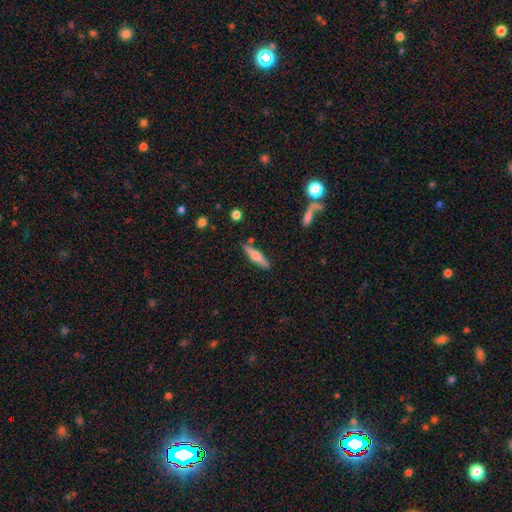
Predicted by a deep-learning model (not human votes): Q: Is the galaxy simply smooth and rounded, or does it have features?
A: smooth — 47%, tied with featured or disk.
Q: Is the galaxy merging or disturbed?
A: none — 85%.